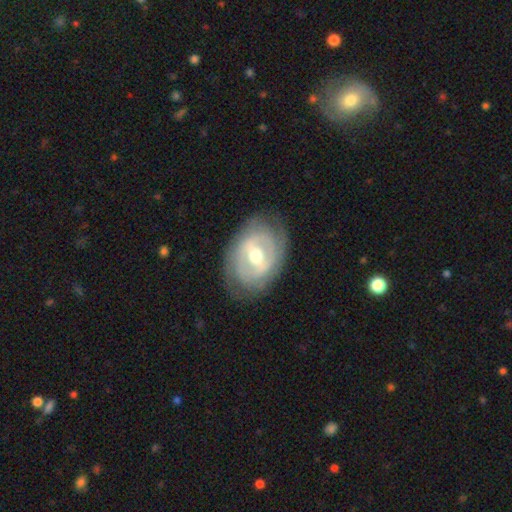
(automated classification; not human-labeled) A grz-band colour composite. It shows a featured or disk galaxy (76%) with a weak bar (43%), spiral arms (58%) and a moderate central bulge (74%). Merging: none (78%).